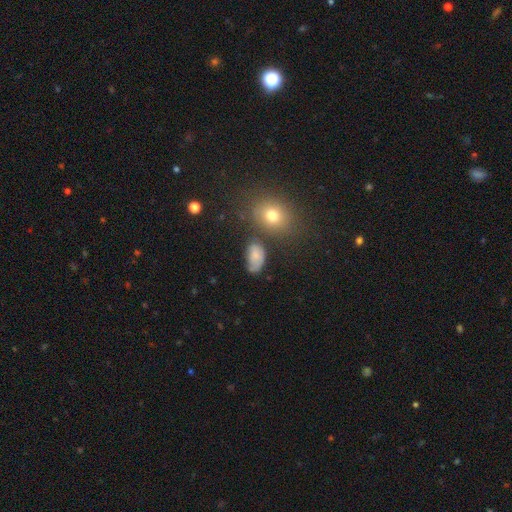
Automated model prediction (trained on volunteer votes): A smooth galaxy with no disk features (70%) that is in between round and cigar-shaped (87%). Merging: none (51%).